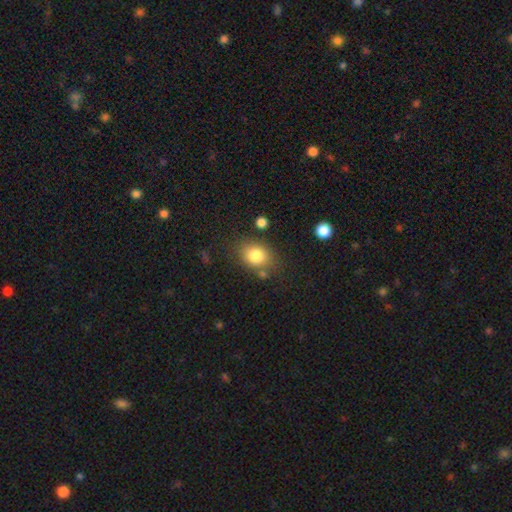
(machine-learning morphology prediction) Q: Smooth or featured?
A: smooth (83%); runner-up: star or artifact (9%)
Q: How rounded?
A: in between (55%); runner-up: round (44%)
Q: Merging?
A: none (71%); runner-up: minor disturbance (16%)